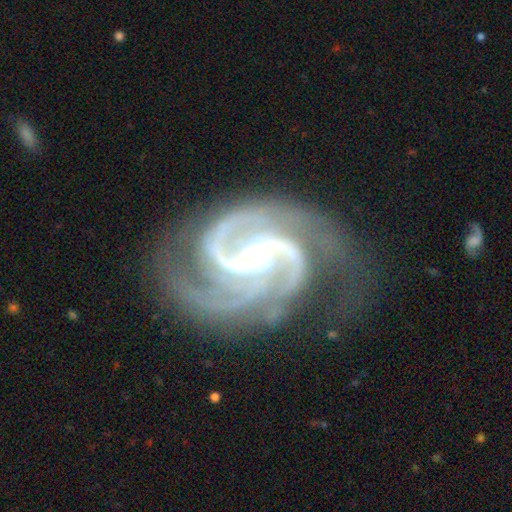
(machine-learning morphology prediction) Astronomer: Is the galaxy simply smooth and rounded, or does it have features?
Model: featured or disk — 94%.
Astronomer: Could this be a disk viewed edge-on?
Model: no — 98%.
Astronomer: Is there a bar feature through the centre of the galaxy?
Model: no — 38% (runner-up: weak, 35%).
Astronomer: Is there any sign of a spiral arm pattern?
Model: yes — 99%.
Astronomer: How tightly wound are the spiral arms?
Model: medium — 53% (runner-up: tight, 40%).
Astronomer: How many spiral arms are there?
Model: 3 — 53%.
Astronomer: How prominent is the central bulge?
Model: small — 73%.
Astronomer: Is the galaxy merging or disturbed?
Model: none — 68%.